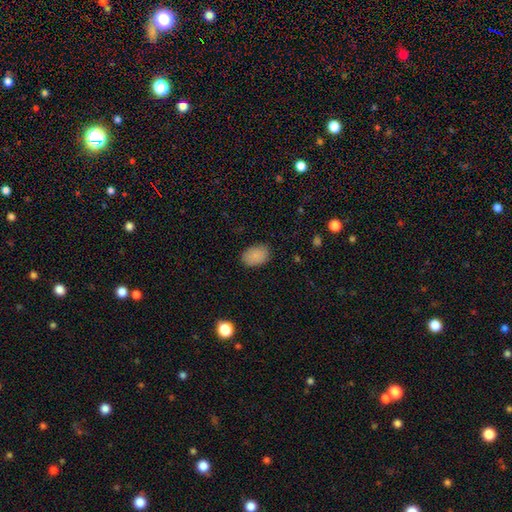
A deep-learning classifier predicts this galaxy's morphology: A smooth galaxy with no disk features (87%) that is in between round and cigar-shaped (86%).

Vote fractions:
- Smooth or featured? smooth: 87% / star or artifact: 8% / featured or disk: 5%
- How rounded? in between: 86% / round: 13% / cigar-shaped: 1%
- Merging? none: 86% / minor disturbance: 11% / major disturbance: 2% / merger: 1%